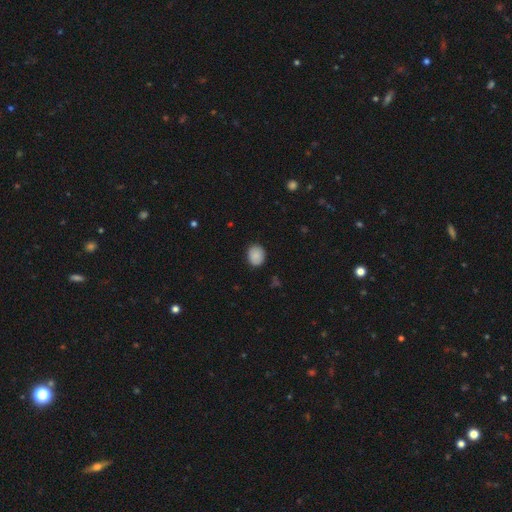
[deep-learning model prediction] The model was most divided on "how rounded": round: 55%, in between: 45%, cigar-shaped: 1%. More confident: smooth or featured — smooth (87%); merging — none (85%).